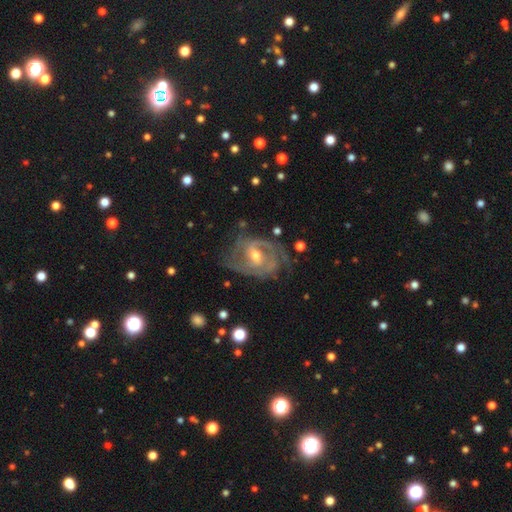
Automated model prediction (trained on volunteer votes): A featured or disk galaxy (88%) with a weak bar (50%), 2 (50%) medium (45%) spiral arms (94%) and a moderate central bulge (62%). Merging: none (63%).